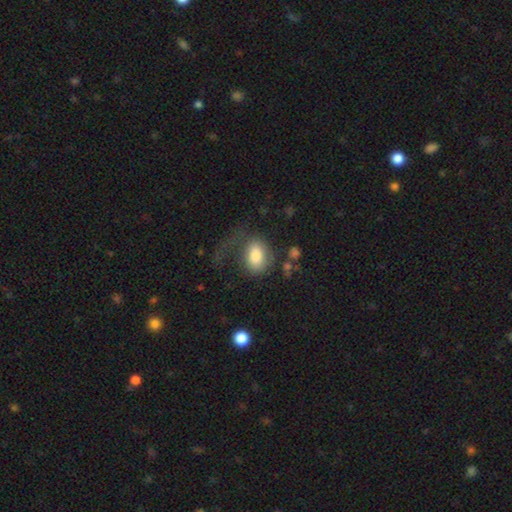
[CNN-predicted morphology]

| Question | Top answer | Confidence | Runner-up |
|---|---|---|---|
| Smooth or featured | smooth | 73% | featured or disk (19%) |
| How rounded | in between | 77% | round (21%) |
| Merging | major disturbance | 42% | none (35%) |